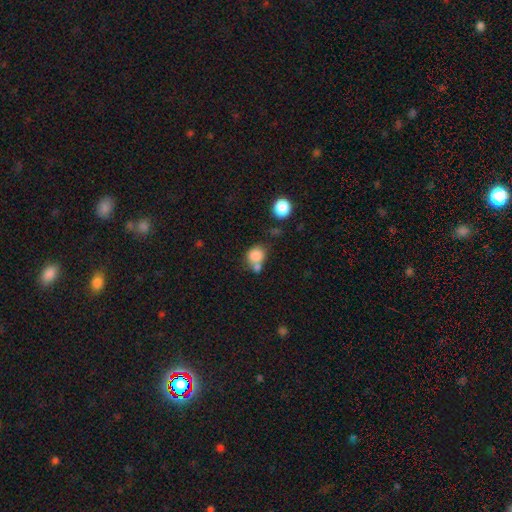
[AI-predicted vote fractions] smooth 81%, star or artifact 10%, featured or disk 8%. Down the decision tree: how rounded — round (71%); merging — merger (42%).